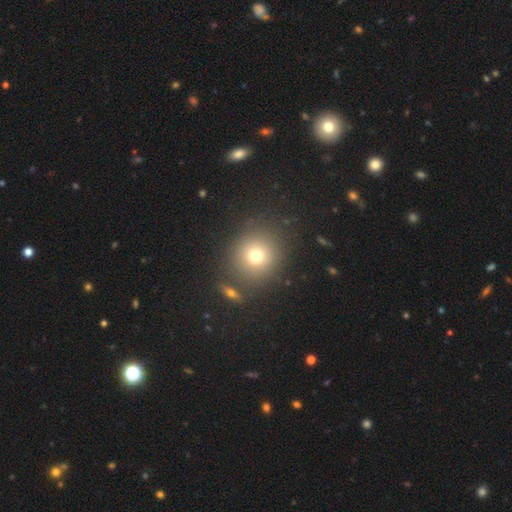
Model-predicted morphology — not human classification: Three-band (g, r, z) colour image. It shows a smooth galaxy with no disk features (73%) that is round (87%). Merging: none (80%).